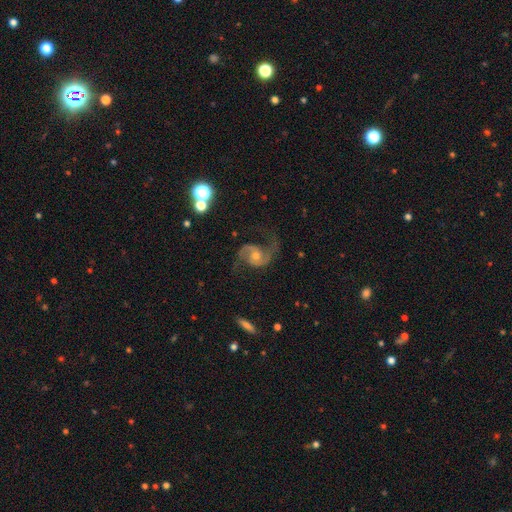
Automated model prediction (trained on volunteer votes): Morphology: type=featured or disk (89%); edge-on=no (98%); bar=no (64%); spiral arms=yes (98%); winding=medium (53%); arm count=2 (93%); bulge=moderate (53%); merging=none (72%).